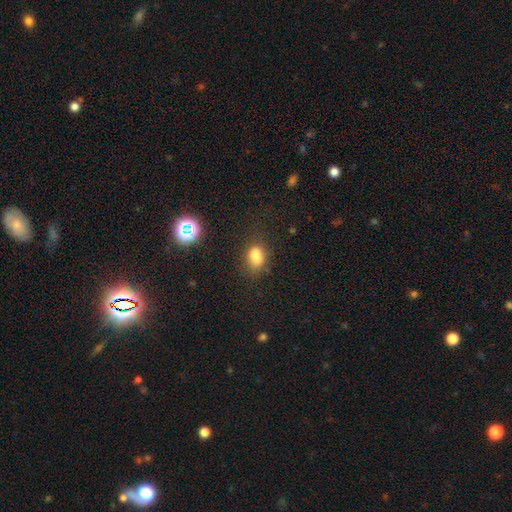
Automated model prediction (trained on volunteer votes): smooth-or-featured: smooth: 80% | star or artifact: 13% | featured or disk: 7%
  how-rounded: in between: 77% | round: 21% | cigar-shaped: 2%
  merging: none: 68% | minor disturbance: 21% | major disturbance: 8% | merger: 3%